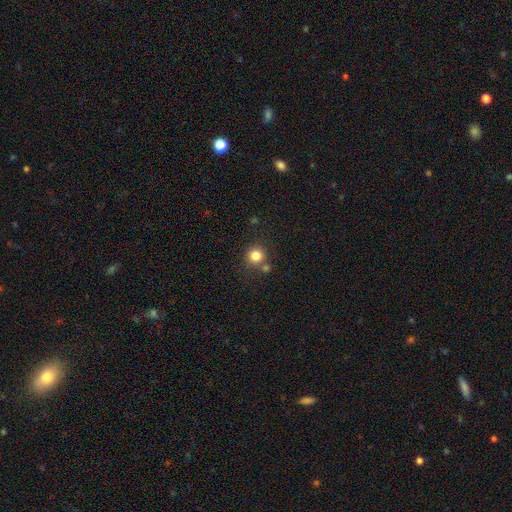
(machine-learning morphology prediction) The model was most divided on "merging": none: 74%, merger: 14%, minor disturbance: 8%, major disturbance: 3%. More confident: how rounded — round (93%); smooth or featured — smooth (82%).